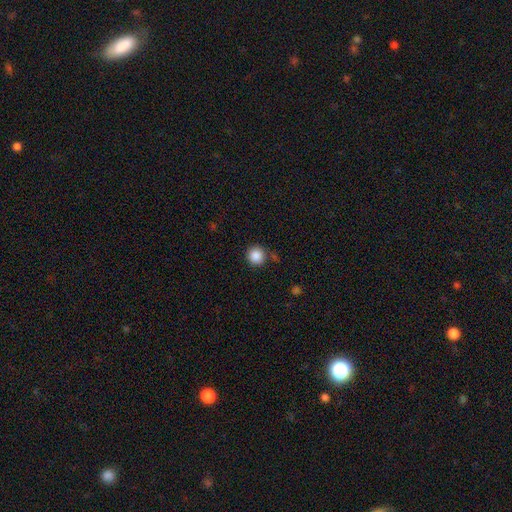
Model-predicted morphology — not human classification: Smooth or featured?
  - smooth: 87% *
  - star or artifact: 9%
  - featured or disk: 4%
How rounded?
  - round: 94% *
  - in between: 5%
  - cigar-shaped: 1%
Merging?
  - none: 83% *
  - minor disturbance: 10%
  - merger: 4%
  - major disturbance: 3%